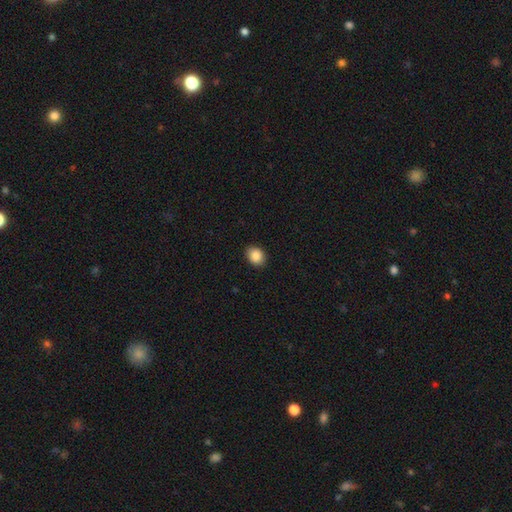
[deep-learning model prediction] Smooth or featured?
  - smooth: 88% *
  - star or artifact: 8%
  - featured or disk: 4%
How rounded?
  - in between: 56% *
  - round: 43%
  - cigar-shaped: 1%
Merging?
  - none: 90% *
  - minor disturbance: 7%
  - major disturbance: 2%
  - merger: 1%